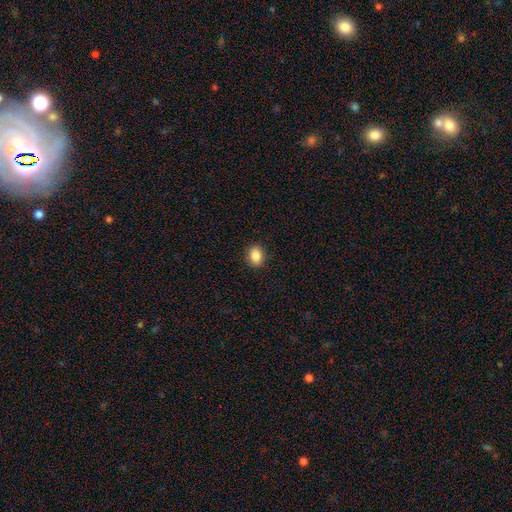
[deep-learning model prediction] The model was most divided on "how rounded": in between: 56%, round: 43%, cigar-shaped: 1%. More confident: merging — none (90%); smooth or featured — smooth (86%).